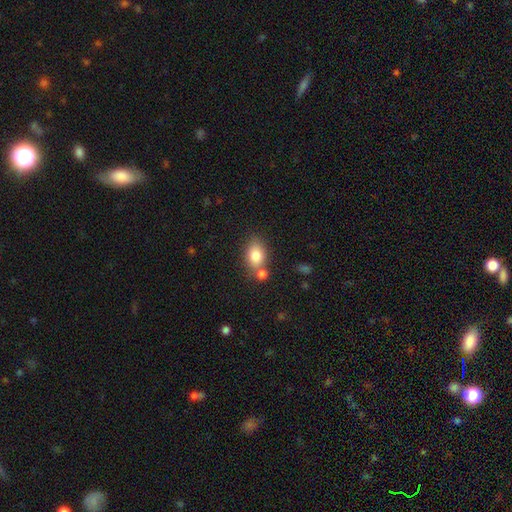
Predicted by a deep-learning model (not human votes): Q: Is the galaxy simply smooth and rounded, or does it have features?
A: smooth — 82%.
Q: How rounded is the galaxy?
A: in between — 78%.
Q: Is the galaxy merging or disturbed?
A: none — 59%.